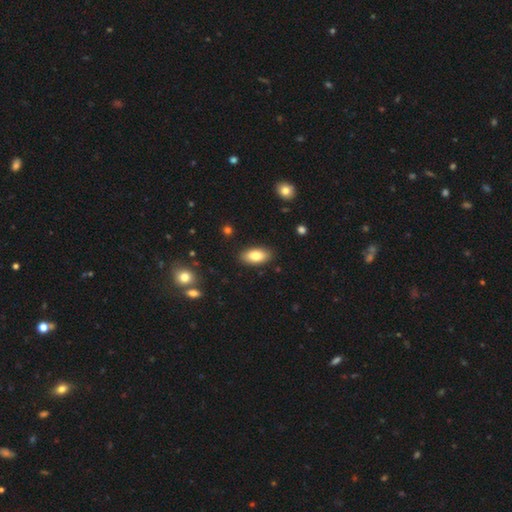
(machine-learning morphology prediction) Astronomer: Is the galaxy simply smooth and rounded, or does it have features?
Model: smooth — 82%.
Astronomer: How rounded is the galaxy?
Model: in between — 91%.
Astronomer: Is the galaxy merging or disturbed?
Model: none — 88%.